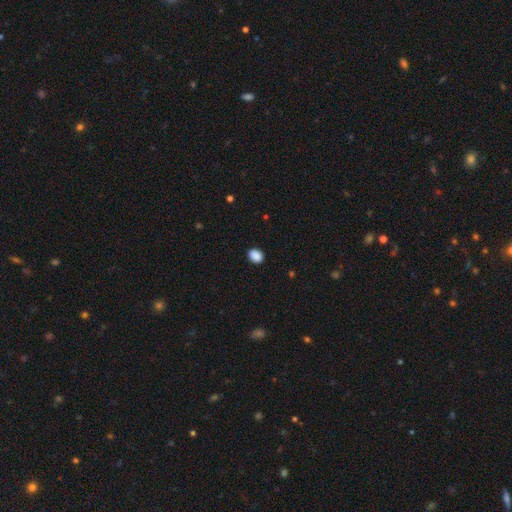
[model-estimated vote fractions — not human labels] smooth_or_featured: smooth (p=0.89) [alt: star or artifact p=0.08]
how_rounded: in between (p=0.63) [alt: round p=0.36]
merging: none (p=0.88) [alt: minor disturbance p=0.09]